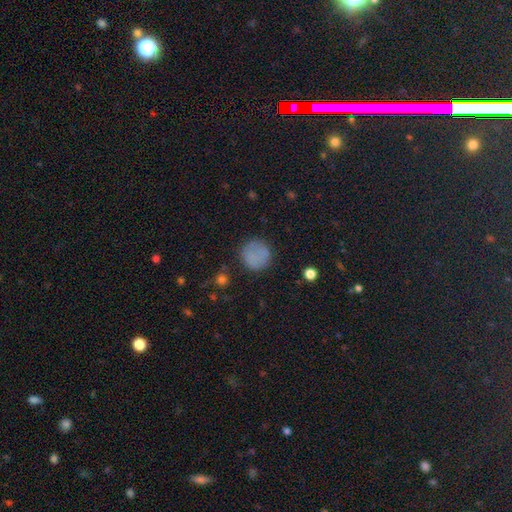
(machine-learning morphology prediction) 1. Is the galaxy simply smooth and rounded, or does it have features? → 79% smooth, 13% star or artifact, 8% featured or disk.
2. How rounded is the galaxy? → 92% round, 7% in between, 1% cigar-shaped.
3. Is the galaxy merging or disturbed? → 81% none, 13% minor disturbance, 5% major disturbance, 2% merger.